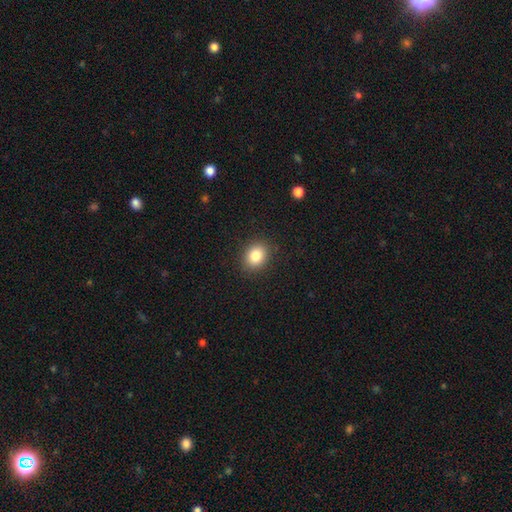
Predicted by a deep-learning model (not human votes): Smooth or featured: smooth — 83% (star or artifact — 10%)
How rounded: round — 53% (in between — 46%)
Merging: none — 89% (minor disturbance — 8%)